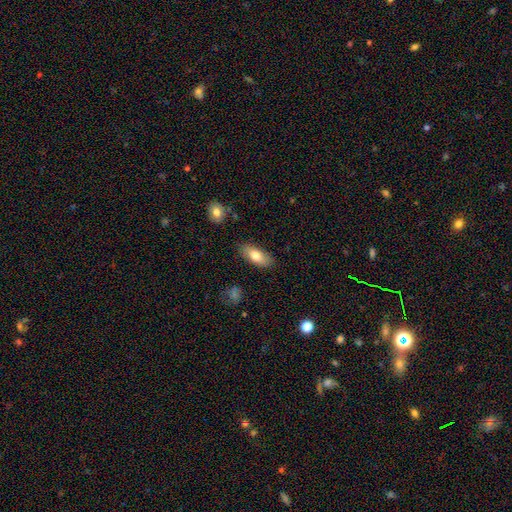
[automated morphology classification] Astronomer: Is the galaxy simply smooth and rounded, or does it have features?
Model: smooth — 76%.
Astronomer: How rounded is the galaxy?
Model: in between — 84%.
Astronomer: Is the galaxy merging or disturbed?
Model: none — 85%.